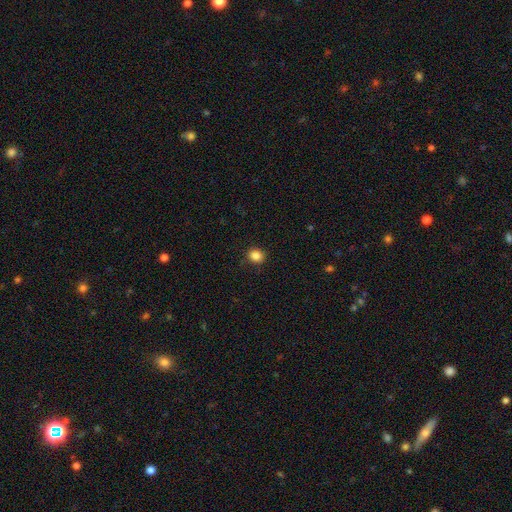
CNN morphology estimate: The model was most divided on "how rounded": round: 80%, in between: 19%, cigar-shaped: 1%. More confident: merging — none (91%); smooth or featured — smooth (85%).